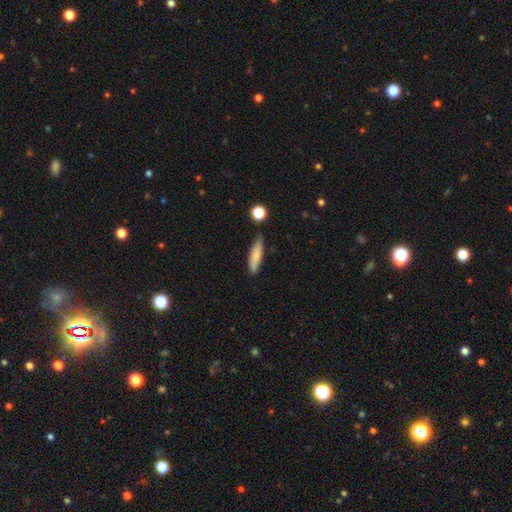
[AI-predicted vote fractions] Morphology: type=smooth (81%); roundness=cigar-shaped (72%); merging=none (73%).